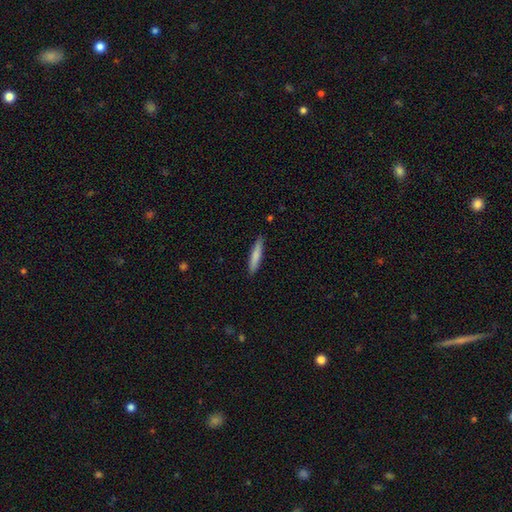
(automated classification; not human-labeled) Smooth or featured? smooth (80%)
How rounded? cigar-shaped (90%)
Merging? none (89%)